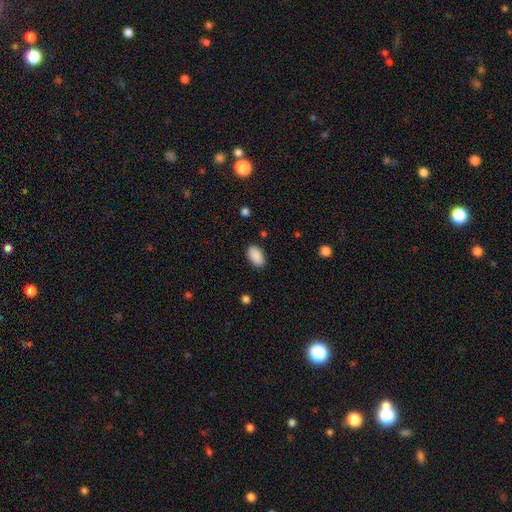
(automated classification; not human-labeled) This appears to be a smooth galaxy with no disk features (90%) that is in between round and cigar-shaped (94%). Merging: none (85%).